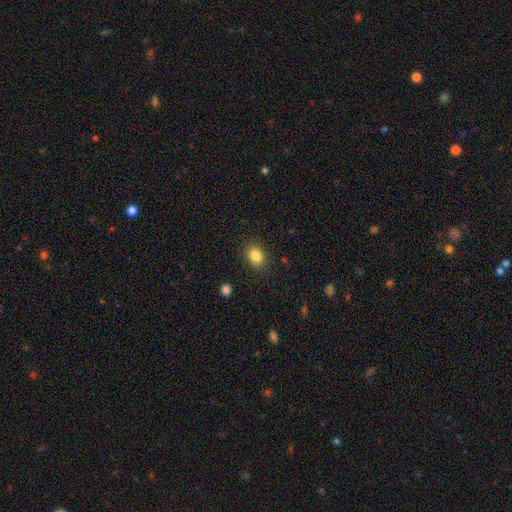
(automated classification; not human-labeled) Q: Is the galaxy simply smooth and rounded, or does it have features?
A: smooth — 85%.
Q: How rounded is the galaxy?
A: in between — 62%.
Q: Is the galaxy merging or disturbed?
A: none — 85%.